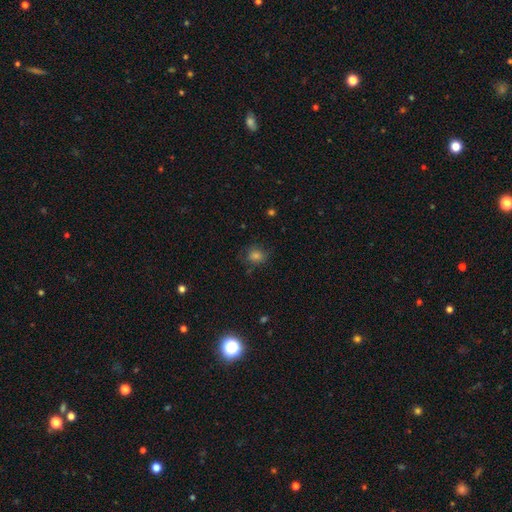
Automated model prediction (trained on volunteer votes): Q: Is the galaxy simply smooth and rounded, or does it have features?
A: smooth — 70%.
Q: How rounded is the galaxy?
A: round — 74%.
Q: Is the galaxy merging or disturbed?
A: none — 79%.